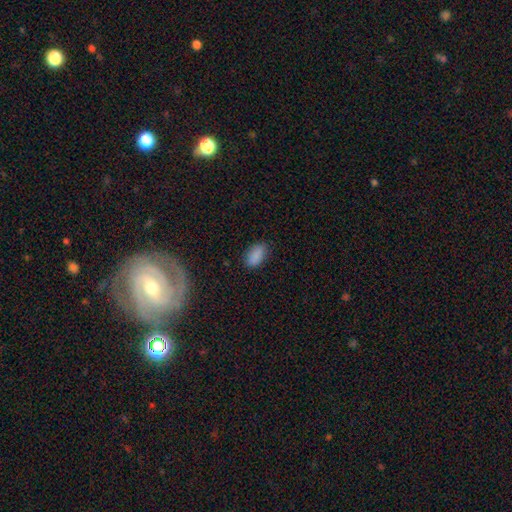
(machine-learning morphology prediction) type=smooth (87%); roundness=in between (92%); merging=none (83%).